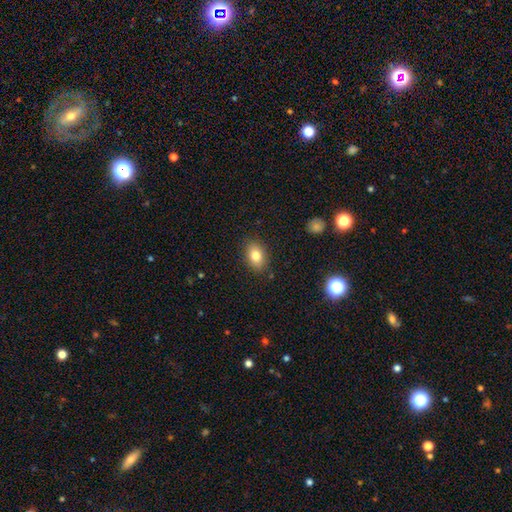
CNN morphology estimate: A smooth galaxy with no disk features (80%) that is in between round and cigar-shaped (80%). Merging: none (86%).